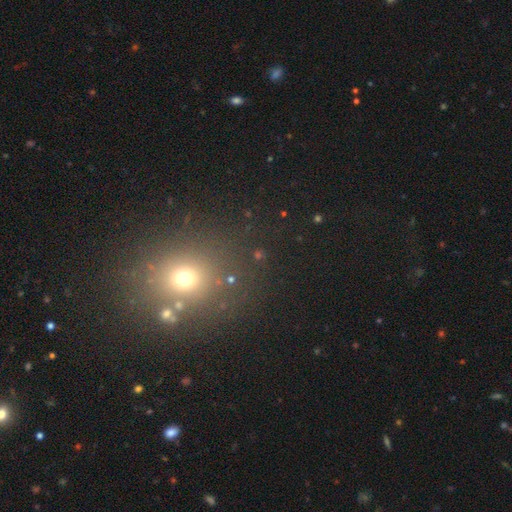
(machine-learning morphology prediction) This appears to be a smooth galaxy with no disk features (52%) that is round (67%). Merging: none (79%).